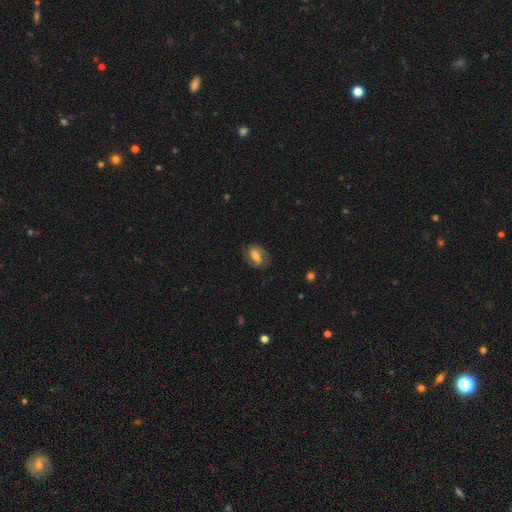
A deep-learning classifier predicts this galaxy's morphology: This is possibly a featured or disk galaxy (50%). It is clearly not viewed edge-on (94%). Merging: likely none (73%).